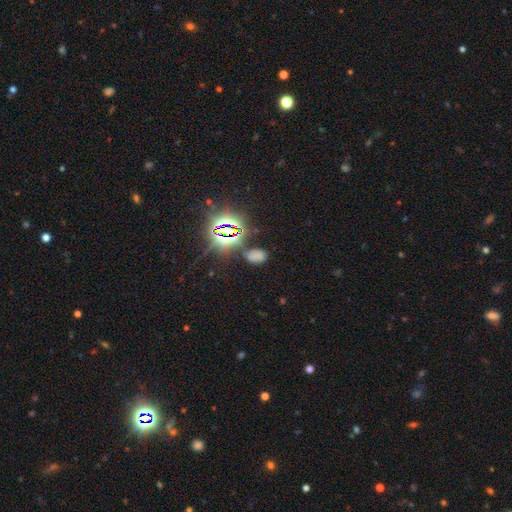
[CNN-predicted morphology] Smooth or featured? Predicted: smooth (p=0.50). Merging? Predicted: none (p=0.68).